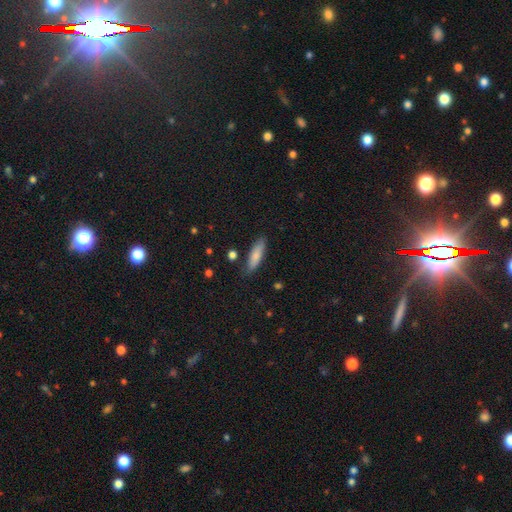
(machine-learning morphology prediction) smooth_or_featured: smooth (p=0.79) [alt: featured or disk p=0.15]
how_rounded: cigar-shaped (p=0.59) [alt: in between p=0.39]
merging: none (p=0.82) [alt: minor disturbance p=0.13]